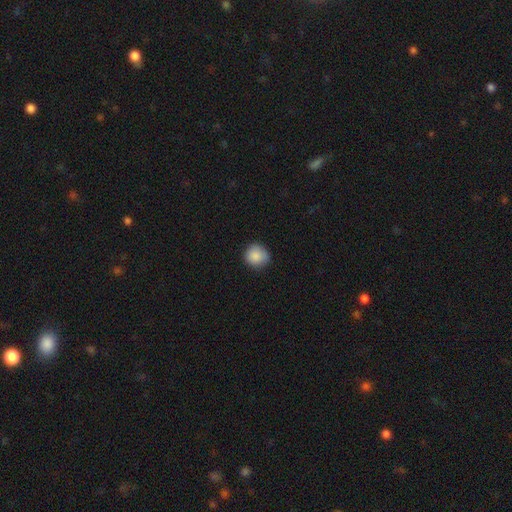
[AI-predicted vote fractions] Q: Smooth or featured?
A: smooth (87%); runner-up: star or artifact (8%)
Q: How rounded?
A: round (89%); runner-up: in between (10%)
Q: Merging?
A: none (78%); runner-up: minor disturbance (18%)